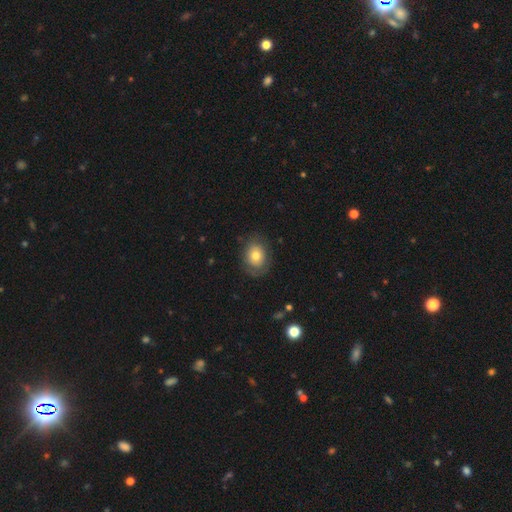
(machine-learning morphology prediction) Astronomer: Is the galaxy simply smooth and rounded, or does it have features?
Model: smooth — 67%.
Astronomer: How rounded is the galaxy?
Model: round — 50% (runner-up: in between, 49%).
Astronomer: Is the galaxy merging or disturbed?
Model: none — 76%.